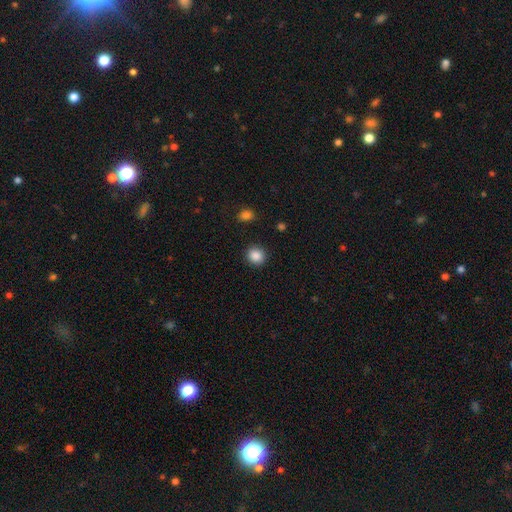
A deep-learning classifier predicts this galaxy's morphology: Overall: smooth (87%). How rounded: round (86%). Merging: none (90%).